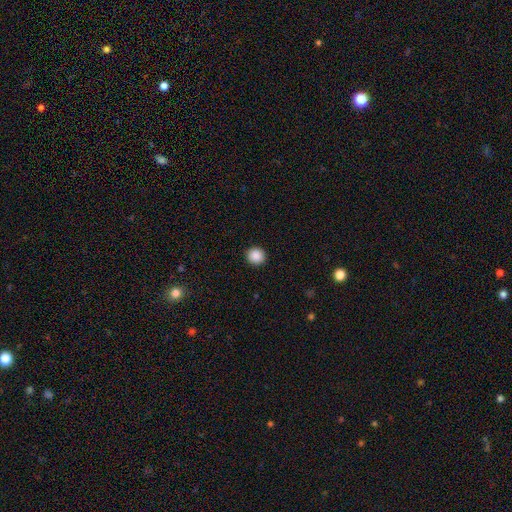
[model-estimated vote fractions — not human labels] This is clearly a smooth galaxy (89%). How rounded: clearly round (91%). Merging: clearly none (92%).